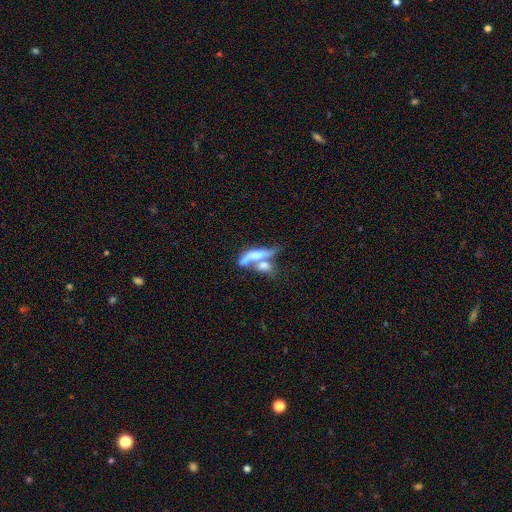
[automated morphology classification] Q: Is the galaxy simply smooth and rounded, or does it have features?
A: smooth — 51%.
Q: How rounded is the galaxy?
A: cigar-shaped — 54%.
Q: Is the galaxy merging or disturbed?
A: merger — 62%.